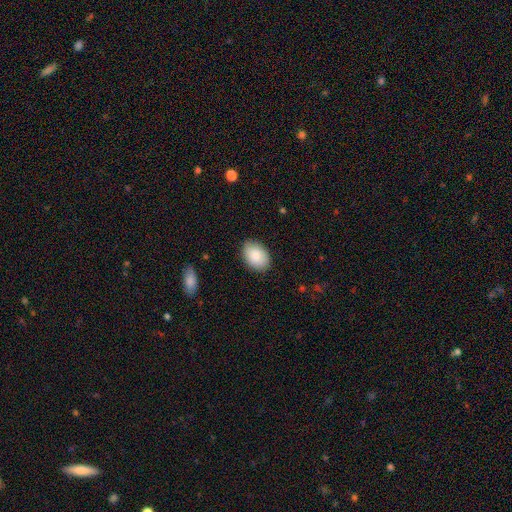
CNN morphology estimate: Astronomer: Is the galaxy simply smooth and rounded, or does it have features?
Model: smooth — 86%.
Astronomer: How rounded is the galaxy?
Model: in between — 86%.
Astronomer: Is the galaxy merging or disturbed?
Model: none — 87%.